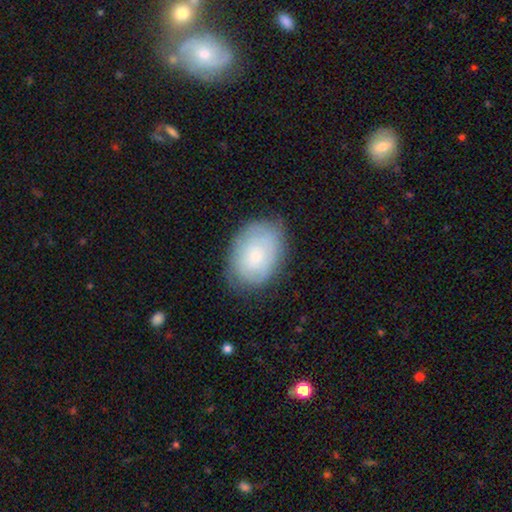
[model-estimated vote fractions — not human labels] This appears to be a smooth galaxy with no disk features (62%) that is in between round and cigar-shaped (80%). Merging: none (74%).